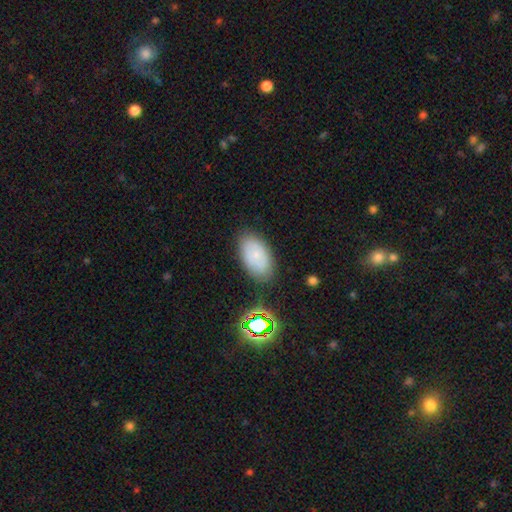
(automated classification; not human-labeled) smooth-or-featured: smooth: 59% | featured or disk: 29% | star or artifact: 12%
  how-rounded: in between: 92% | round: 6% | cigar-shaped: 2%
  merging: none: 78% | minor disturbance: 15% | major disturbance: 4% | merger: 3%